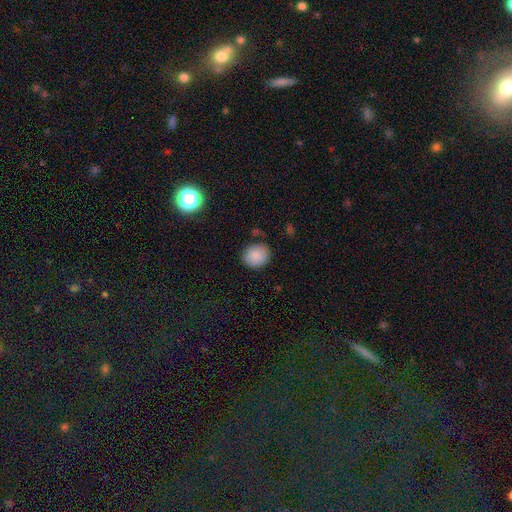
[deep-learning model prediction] The model was most divided on "how rounded": round: 77%, in between: 22%, cigar-shaped: 1%. More confident: smooth or featured — smooth (88%); merging — none (81%).